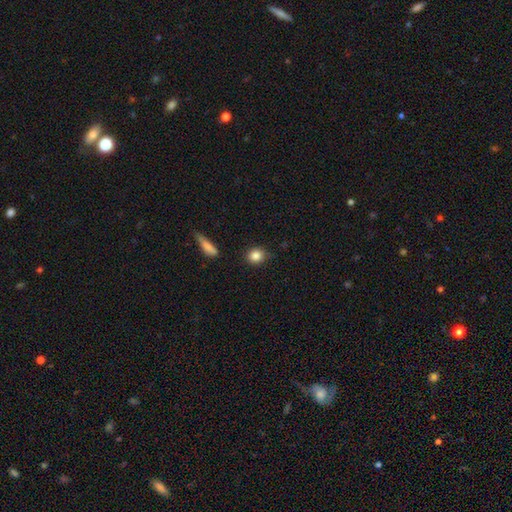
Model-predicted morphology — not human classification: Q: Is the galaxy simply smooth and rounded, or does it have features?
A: smooth — 85%.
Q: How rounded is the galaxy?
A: round — 78%.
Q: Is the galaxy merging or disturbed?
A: none — 80%.